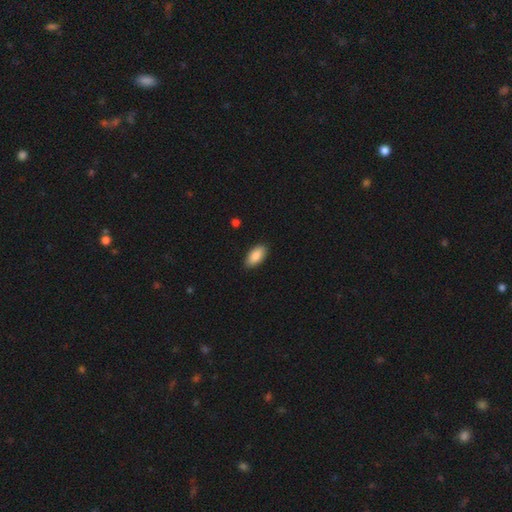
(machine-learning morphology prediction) This appears to be a smooth galaxy with no disk features (88%) that is in between round and cigar-shaped (93%). Merging: none (88%).